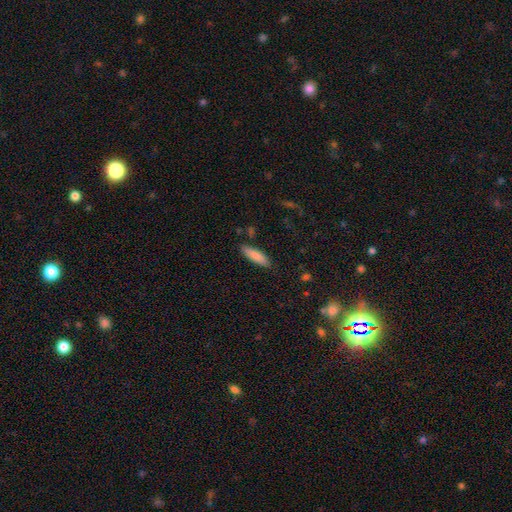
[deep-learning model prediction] Smooth or featured?
  - smooth: 83% *
  - featured or disk: 11%
  - star or artifact: 6%
How rounded?
  - cigar-shaped: 55% *
  - in between: 43%
  - round: 2%
Merging?
  - none: 85% *
  - minor disturbance: 11%
  - major disturbance: 2%
  - merger: 2%